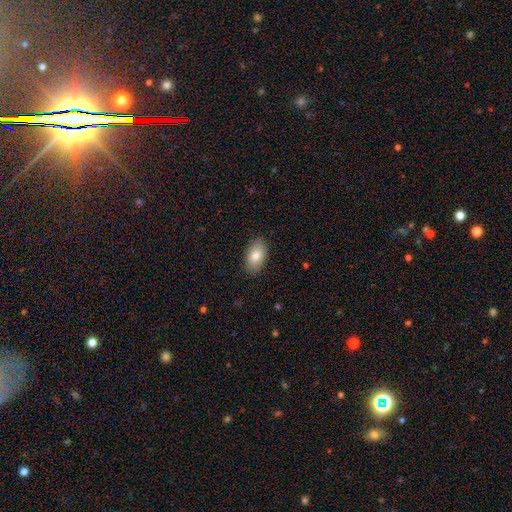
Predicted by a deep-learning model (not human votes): This is clearly a smooth galaxy (81%). How rounded: clearly in between (93%). Merging: clearly none (87%).